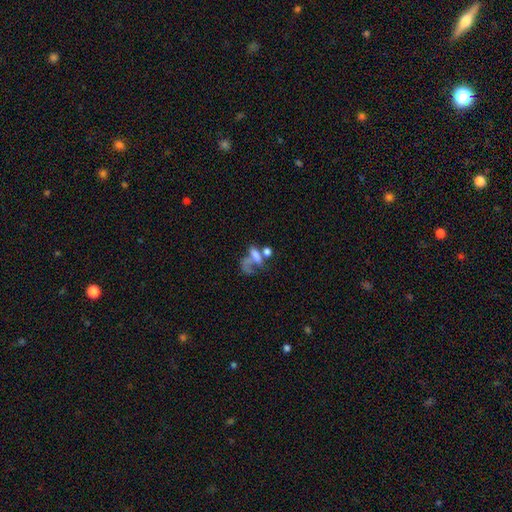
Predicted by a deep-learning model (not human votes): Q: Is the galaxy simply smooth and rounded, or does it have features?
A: smooth — 52%.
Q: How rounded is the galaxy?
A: in between — 73%.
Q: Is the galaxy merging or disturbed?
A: merger — 41%.